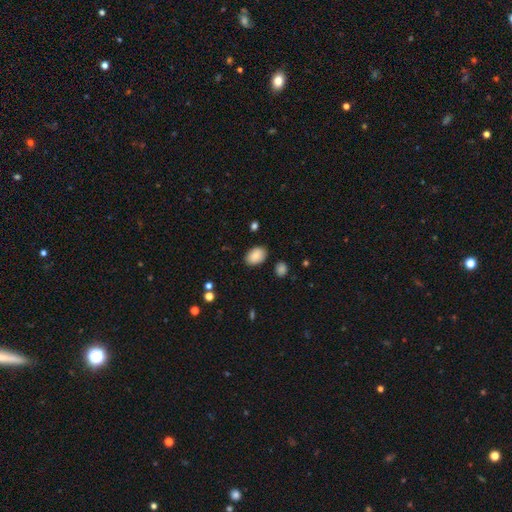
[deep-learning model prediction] Smooth or featured? smooth (86%)
How rounded? in between (87%)
Merging? none (85%)